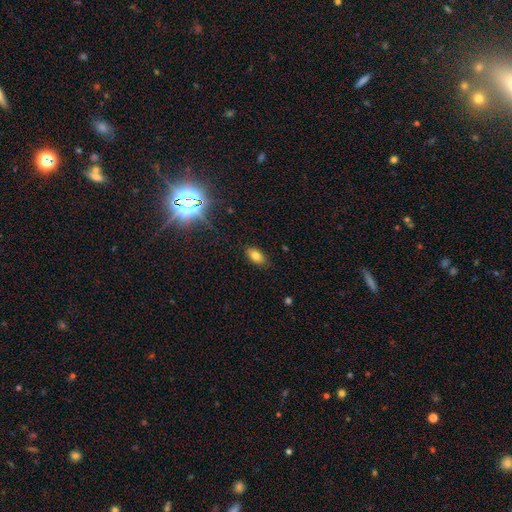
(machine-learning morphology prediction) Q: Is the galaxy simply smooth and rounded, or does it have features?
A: smooth — 78%.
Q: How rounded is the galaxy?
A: in between — 90%.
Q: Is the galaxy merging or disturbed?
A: none — 86%.